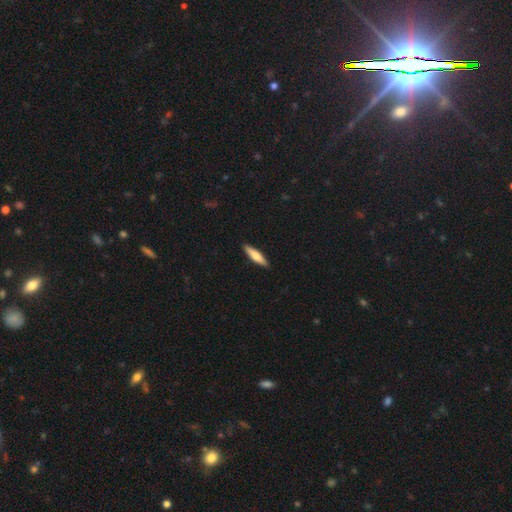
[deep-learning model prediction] This is likely a smooth galaxy (65%). How rounded: likely cigar-shaped (79%). Merging: clearly none (91%).